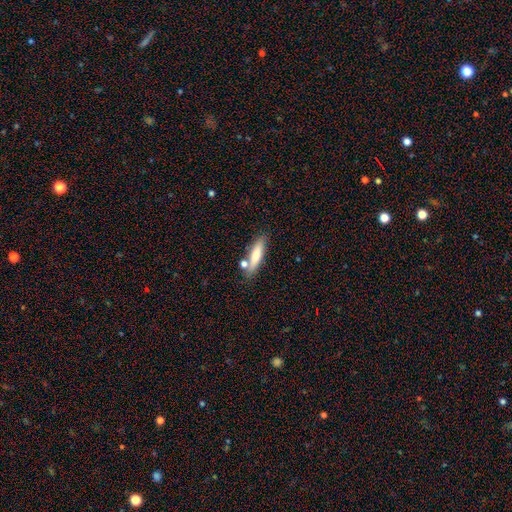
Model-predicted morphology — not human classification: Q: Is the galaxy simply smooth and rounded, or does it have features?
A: smooth — 69%.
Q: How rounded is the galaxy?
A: cigar-shaped — 70%.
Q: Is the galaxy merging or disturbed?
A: none — 70%.